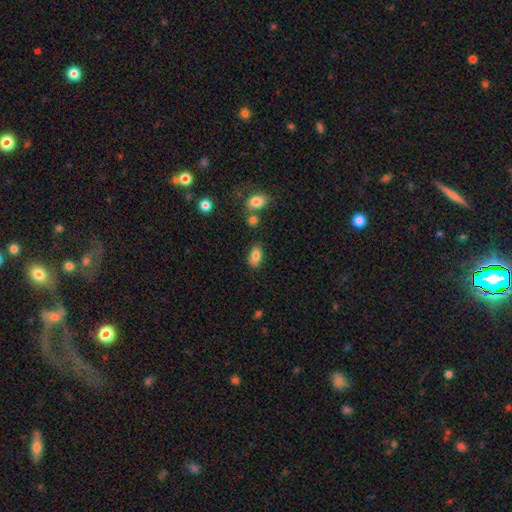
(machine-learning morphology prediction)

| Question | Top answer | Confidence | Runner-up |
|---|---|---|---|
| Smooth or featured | smooth | 83% | featured or disk (9%) |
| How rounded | in between | 90% | round (7%) |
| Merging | none | 78% | minor disturbance (14%) |